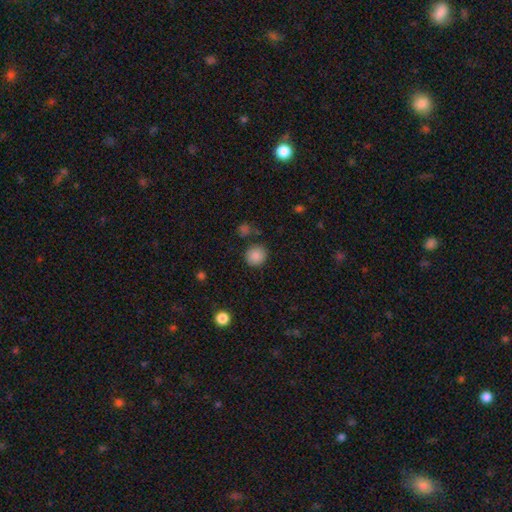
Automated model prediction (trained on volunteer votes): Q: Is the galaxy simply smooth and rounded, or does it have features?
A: smooth — 86%.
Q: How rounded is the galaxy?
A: round — 89%.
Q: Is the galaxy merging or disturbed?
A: none — 85%.